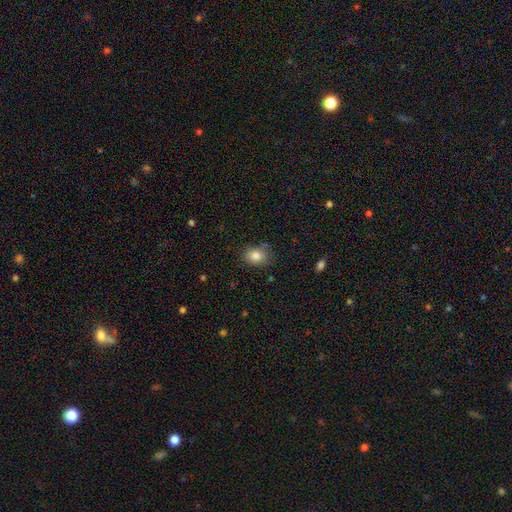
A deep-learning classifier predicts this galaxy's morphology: This appears to be a smooth galaxy with no disk features (83%) that is in between round and cigar-shaped (53%). Merging: none (71%).